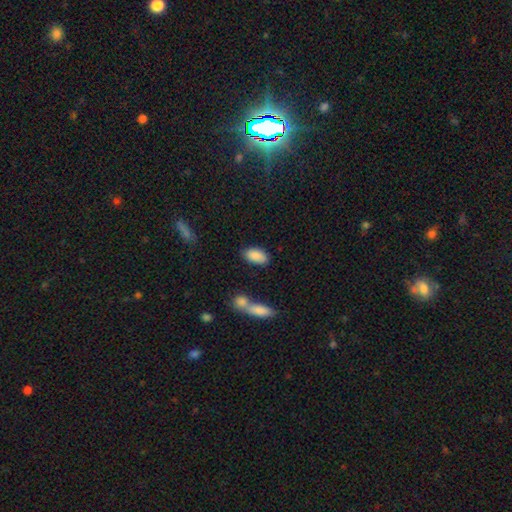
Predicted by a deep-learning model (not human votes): A smooth galaxy with no disk features (88%) that is in between round and cigar-shaped (93%).

Vote fractions:
- Smooth or featured? smooth: 88% / star or artifact: 7% / featured or disk: 5%
- How rounded? in between: 93% / cigar-shaped: 4% / round: 3%
- Merging? none: 76% / minor disturbance: 13% / merger: 7% / major disturbance: 4%